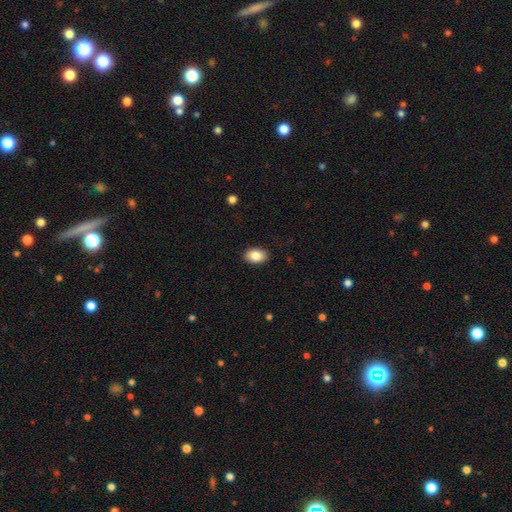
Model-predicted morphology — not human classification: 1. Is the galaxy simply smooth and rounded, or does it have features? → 87% smooth, 7% star or artifact, 6% featured or disk.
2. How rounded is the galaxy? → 88% in between, 11% round, 1% cigar-shaped.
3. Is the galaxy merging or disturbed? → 89% none, 8% minor disturbance, 2% major disturbance, 1% merger.